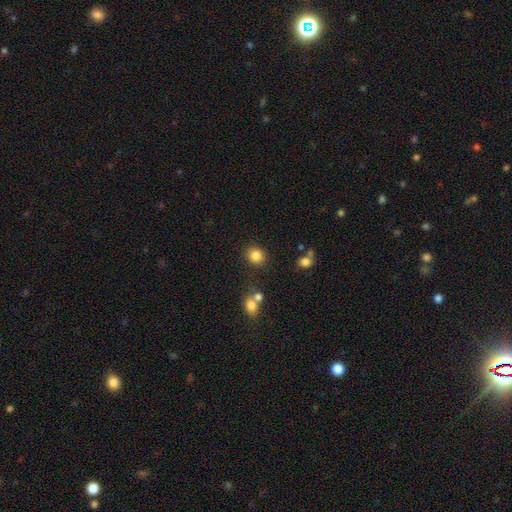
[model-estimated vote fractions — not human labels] Smooth or featured: smooth — 84% (star or artifact — 11%)
How rounded: round — 79% (in between — 20%)
Merging: none — 84% (minor disturbance — 9%)